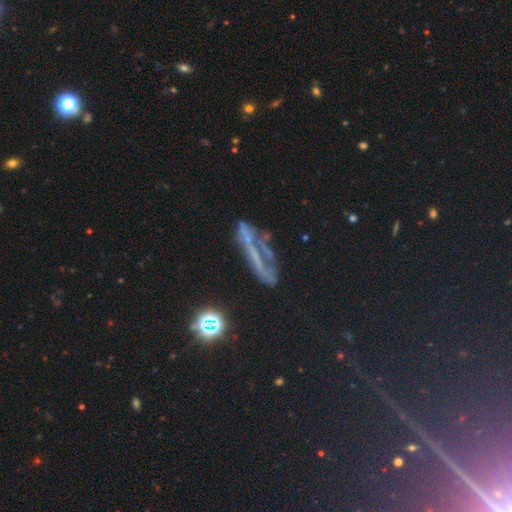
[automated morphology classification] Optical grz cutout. It shows a star or artifact, not a galaxy (38%).